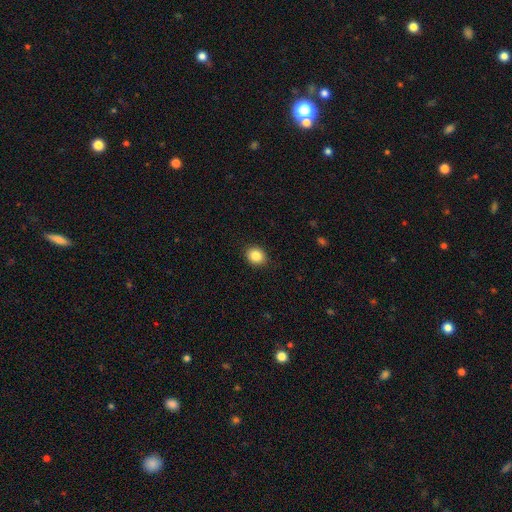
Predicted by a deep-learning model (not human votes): smooth-or-featured: smooth: 86% | star or artifact: 9% | featured or disk: 5%
  how-rounded: round: 67% | in between: 32% | cigar-shaped: 1%
  merging: none: 91% | minor disturbance: 7% | major disturbance: 2% | merger: 1%